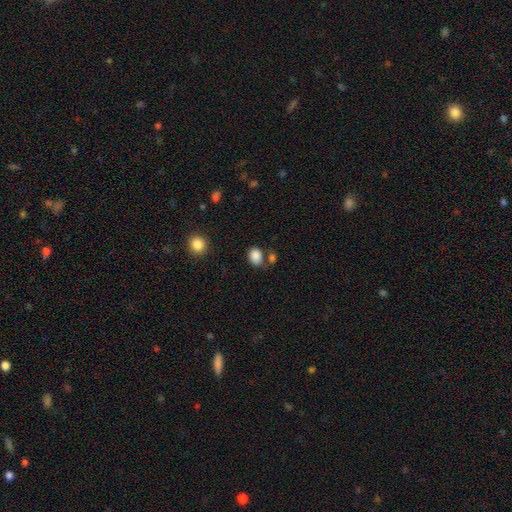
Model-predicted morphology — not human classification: Smooth or featured? Predicted: smooth (p=0.87). How rounded? Predicted: in between (p=0.65). Merging? Predicted: none (p=0.67).